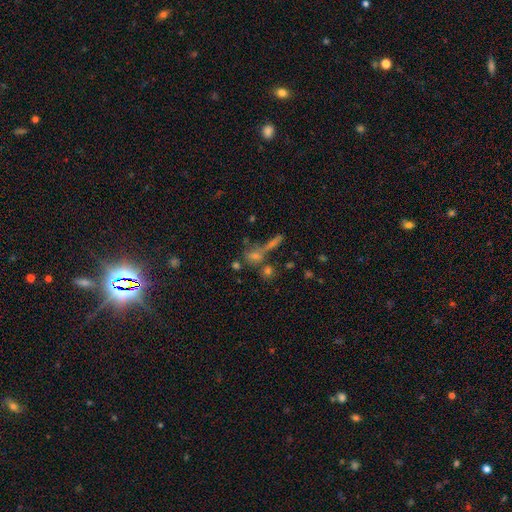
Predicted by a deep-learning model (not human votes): A star or artifact, not a galaxy (39%).